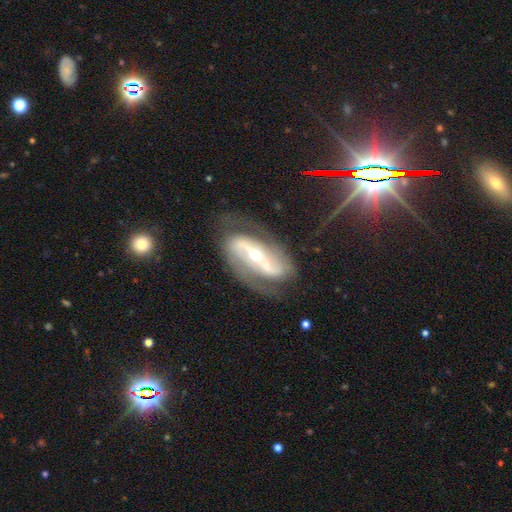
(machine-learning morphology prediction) Q: Smooth or featured?
A: featured or disk (87%); runner-up: smooth (7%)
Q: Edge-on disk?
A: no (93%); runner-up: yes (7%)
Q: Bar?
A: strong (66%); runner-up: weak (20%)
Q: Spiral arms?
A: yes (93%); runner-up: no (7%)
Q: Spiral winding?
A: medium (45%); runner-up: tight (30%)
Q: Spiral arm count?
A: 2 (89%); runner-up: can't tell (5%)
Q: Bulge size?
A: small (55%); runner-up: moderate (41%)
Q: Merging?
A: none (71%); runner-up: minor disturbance (16%)